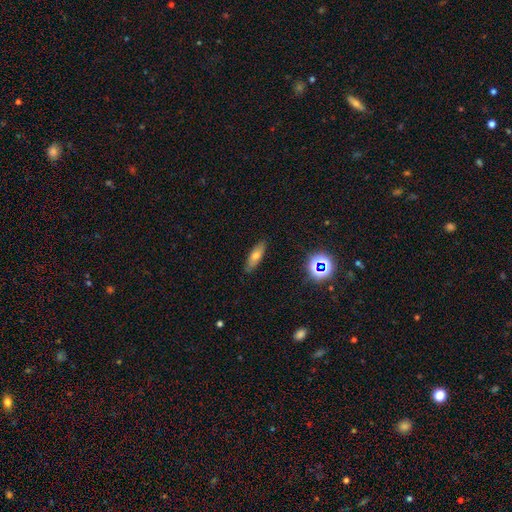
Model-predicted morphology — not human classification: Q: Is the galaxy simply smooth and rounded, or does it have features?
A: smooth — 64%.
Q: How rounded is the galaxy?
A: in between — 52%.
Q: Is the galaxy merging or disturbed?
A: none — 85%.